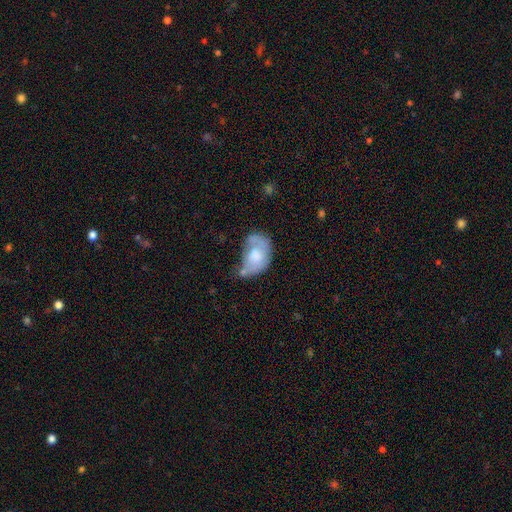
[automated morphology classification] Smooth or featured: smooth — 54% (featured or disk — 39%)
How rounded: in between — 85% (round — 14%)
Merging: minor disturbance — 31% (major disturbance — 27%)